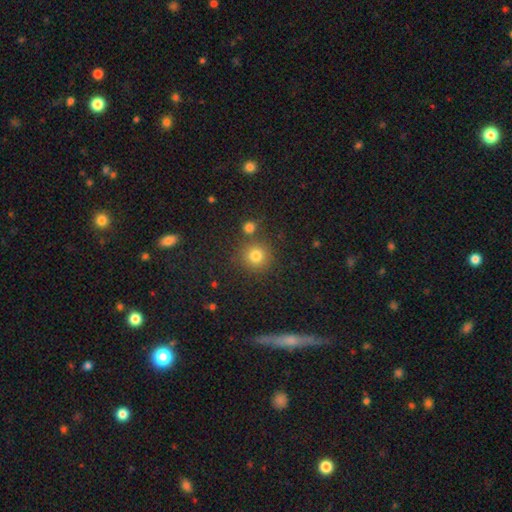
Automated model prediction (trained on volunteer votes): The model was most divided on "smooth or featured": smooth: 79%, star or artifact: 15%, featured or disk: 6%. More confident: how rounded — round (92%); merging — none (79%).